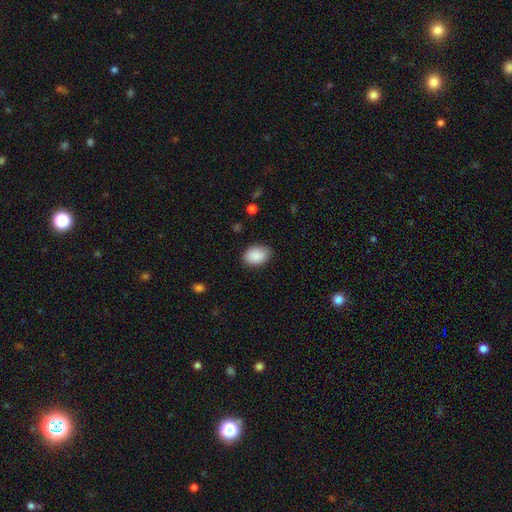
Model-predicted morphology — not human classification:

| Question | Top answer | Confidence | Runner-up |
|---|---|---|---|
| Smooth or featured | smooth | 90% | star or artifact (7%) |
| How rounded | in between | 84% | round (15%) |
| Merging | none | 86% | minor disturbance (11%) |